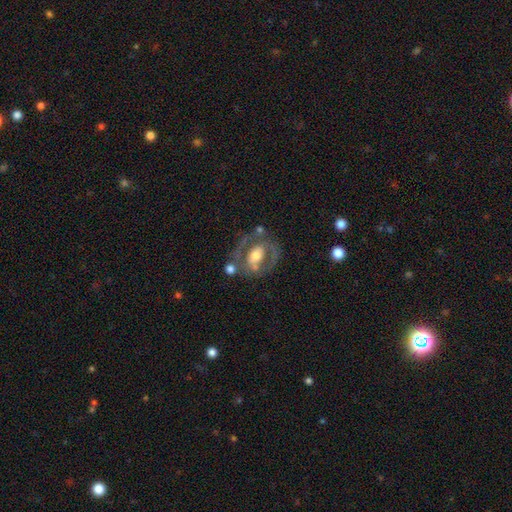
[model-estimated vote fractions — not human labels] Smooth or featured? featured or disk (64%)
Edge-on disk? no (94%)
Bar? no (54%)
Spiral arms? no (61%)
Bulge size? moderate (56%)
Merging? none (51%)